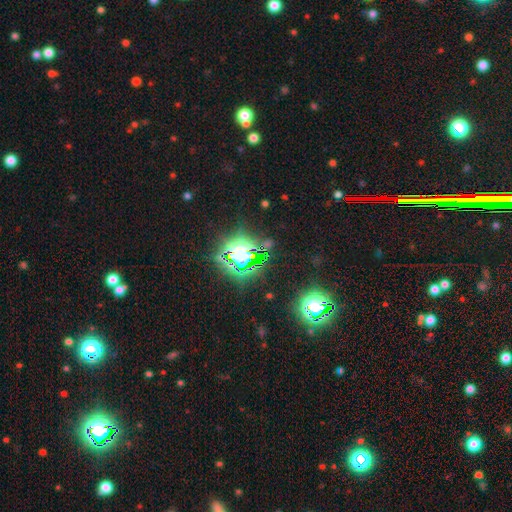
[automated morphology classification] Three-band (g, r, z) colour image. It shows a star or artifact, not a galaxy (77%).